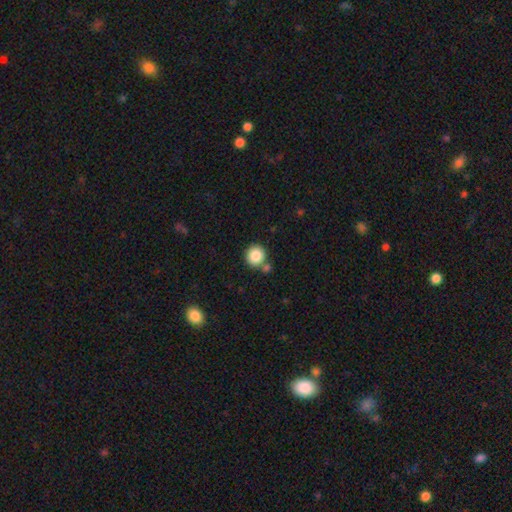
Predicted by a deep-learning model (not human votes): Smooth or featured: smooth — 85% (star or artifact — 9%)
How rounded: round — 92% (in between — 7%)
Merging: none — 72% (merger — 17%)